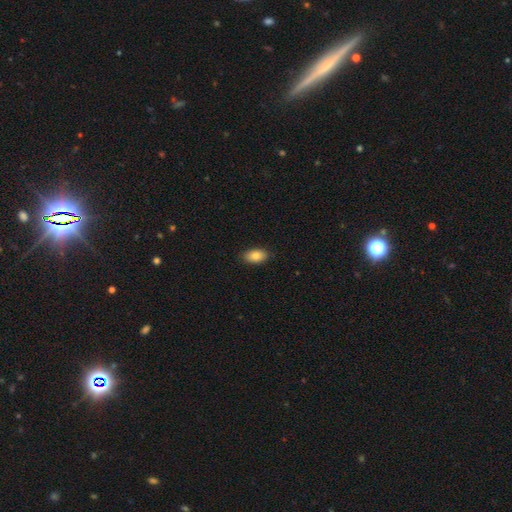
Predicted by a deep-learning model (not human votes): The model was most divided on "smooth or featured": smooth: 83%, featured or disk: 10%, star or artifact: 8%. More confident: how rounded — in between (92%); merging — none (89%).